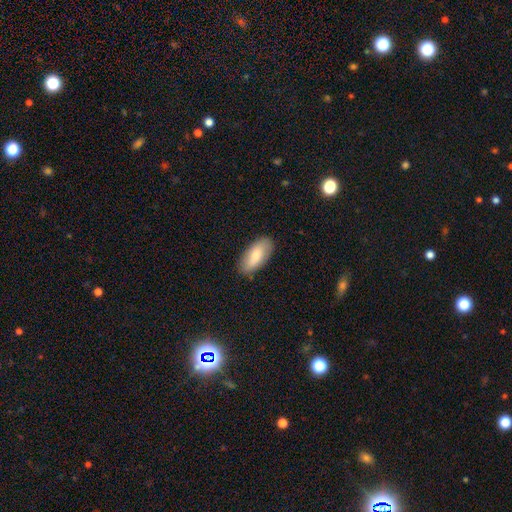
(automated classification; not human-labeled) smooth-or-featured: smooth: 79% | featured or disk: 16% | star or artifact: 6%
  how-rounded: in between: 89% | cigar-shaped: 9% | round: 2%
  merging: none: 86% | minor disturbance: 11% | major disturbance: 2% | merger: 1%